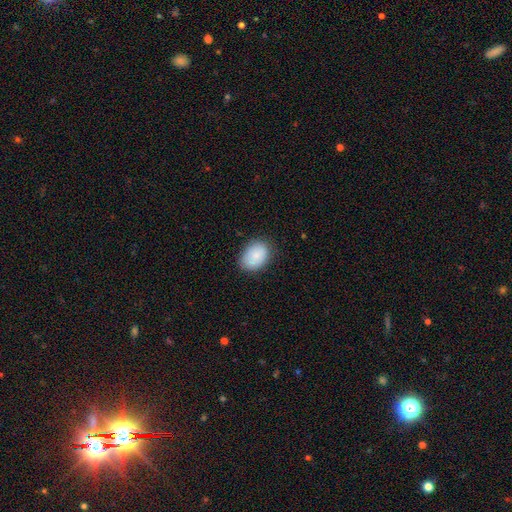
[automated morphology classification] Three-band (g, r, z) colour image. It shows a smooth galaxy with no disk features (84%) that is in between round and cigar-shaped (76%). Merging: none (80%).